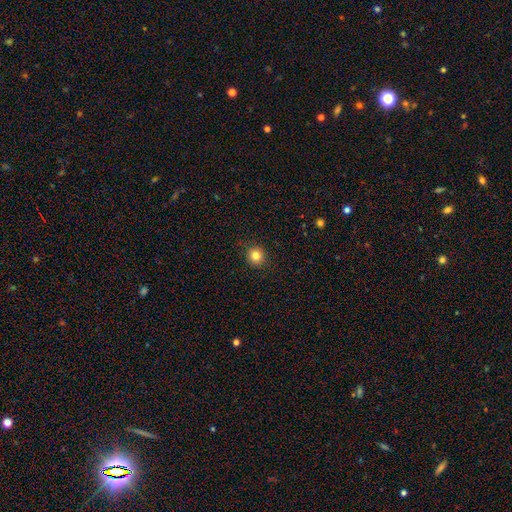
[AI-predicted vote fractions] Smooth or featured?
  - smooth: 82% *
  - star or artifact: 12%
  - featured or disk: 6%
How rounded?
  - round: 91% *
  - in between: 8%
  - cigar-shaped: 1%
Merging?
  - none: 90% *
  - minor disturbance: 7%
  - major disturbance: 2%
  - merger: 1%